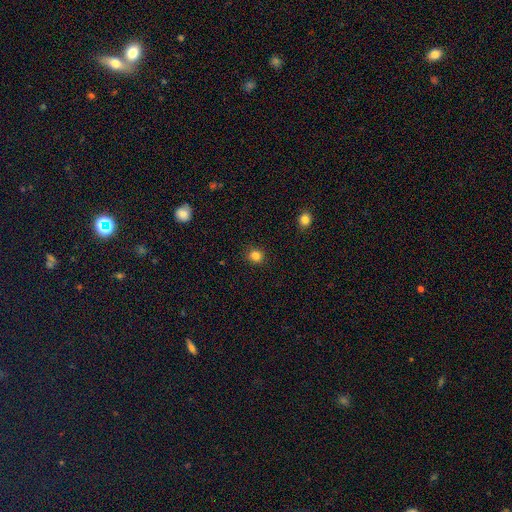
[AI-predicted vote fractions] smooth 83%, star or artifact 12%, featured or disk 4%. Down the decision tree: how rounded — round (86%); merging — none (91%).